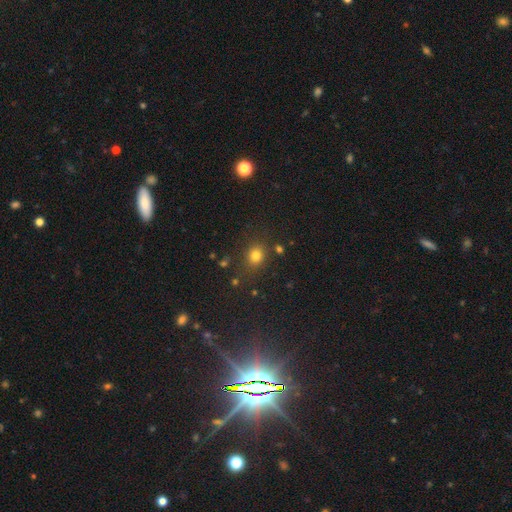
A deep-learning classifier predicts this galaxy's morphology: Smooth or featured? smooth (77%)
How rounded? round (67%)
Merging? none (78%)